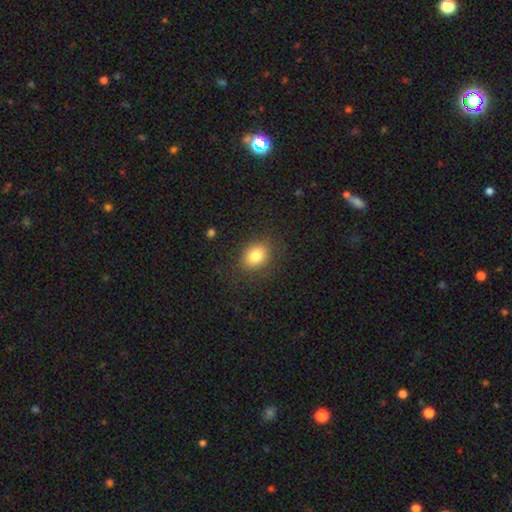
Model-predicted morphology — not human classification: smooth_or_featured: smooth (p=0.83) [alt: star or artifact p=0.09]
how_rounded: in between (p=0.56) [alt: round p=0.43]
merging: none (p=0.83) [alt: minor disturbance p=0.11]